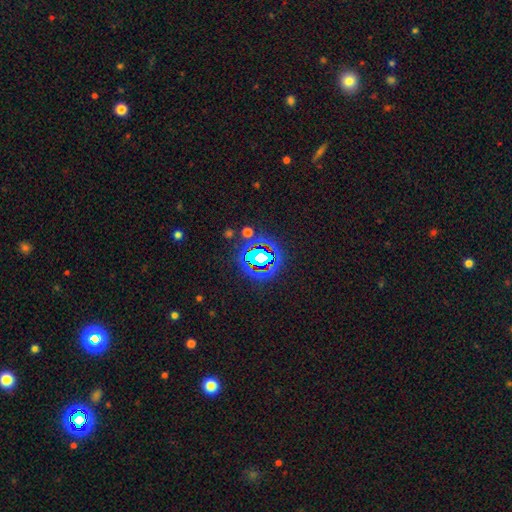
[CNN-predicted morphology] Smooth or featured? Predicted: star or artifact (p=0.78).